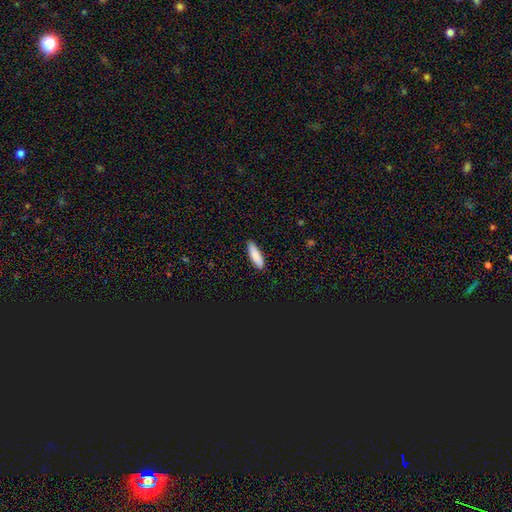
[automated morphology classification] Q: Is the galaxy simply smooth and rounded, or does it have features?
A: smooth — 86%.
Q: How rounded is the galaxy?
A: cigar-shaped — 54%.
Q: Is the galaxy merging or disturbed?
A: none — 87%.